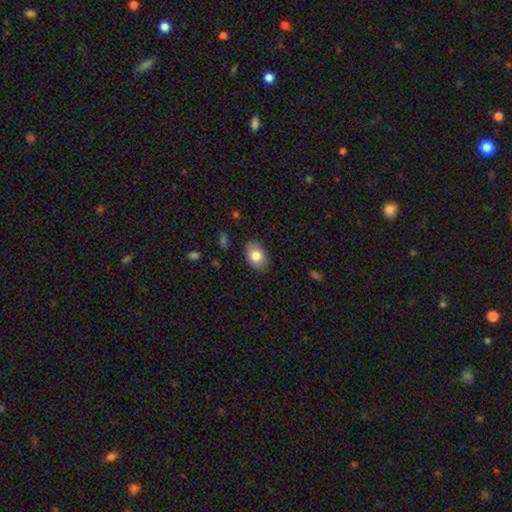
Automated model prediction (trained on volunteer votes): Smooth or featured? Predicted: smooth (p=0.80). How rounded? Predicted: in between (p=0.87). Merging? Predicted: none (p=0.86).